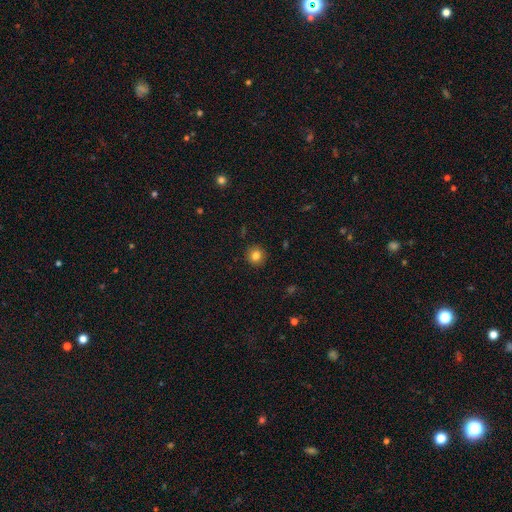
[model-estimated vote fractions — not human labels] Q: Smooth or featured?
A: smooth (82%); runner-up: star or artifact (11%)
Q: How rounded?
A: round (93%); runner-up: in between (6%)
Q: Merging?
A: none (92%); runner-up: minor disturbance (5%)